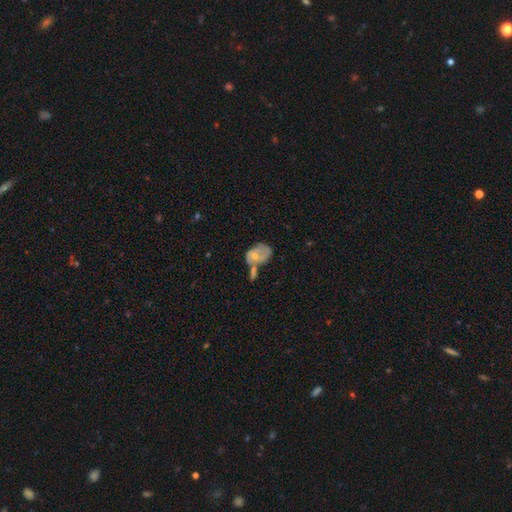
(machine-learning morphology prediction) smooth-or-featured: featured or disk: 57% | smooth: 36% | star or artifact: 7%
  disk-edge-on: no: 96% | yes: 4%
    bar: no: 70% | weak: 25% | strong: 5%
    has-spiral-arms: yes: 63% | no: 37%
    bulge-size: small: 49% | moderate: 44% | none: 4% | large: 2% | dominant: 1%
  merging: merger: 39% | none: 23% | minor disturbance: 20% | major disturbance: 18%